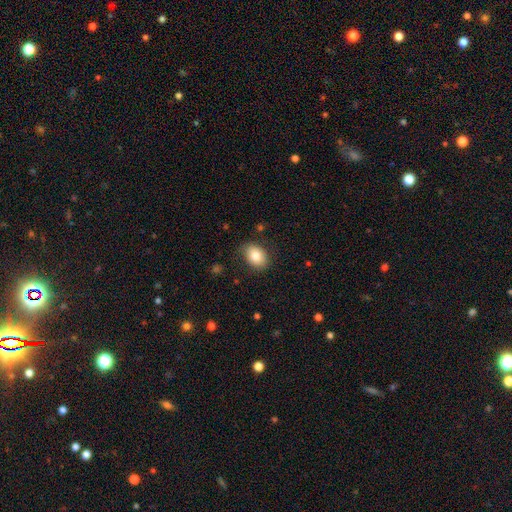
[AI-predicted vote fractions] Q: Smooth or featured?
A: smooth (81%); runner-up: featured or disk (11%)
Q: How rounded?
A: in between (67%); runner-up: round (32%)
Q: Merging?
A: none (82%); runner-up: minor disturbance (14%)